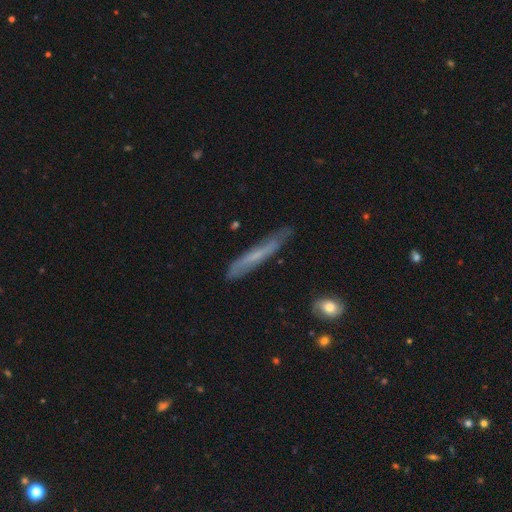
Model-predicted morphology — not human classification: A featured or disk galaxy (47%).

Vote fractions:
- Smooth or featured? featured or disk: 47% / smooth: 45% / star or artifact: 8%
- Merging? none: 73% / minor disturbance: 21% / major disturbance: 4% / merger: 2%